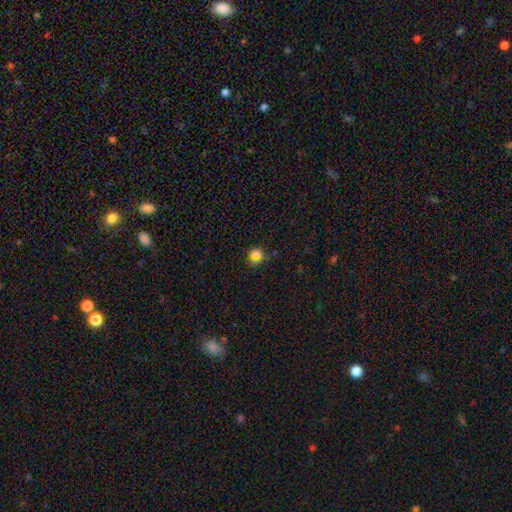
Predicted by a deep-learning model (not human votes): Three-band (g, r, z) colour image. It shows a smooth galaxy with no disk features (63%) that is round (84%). Merging: none (81%).